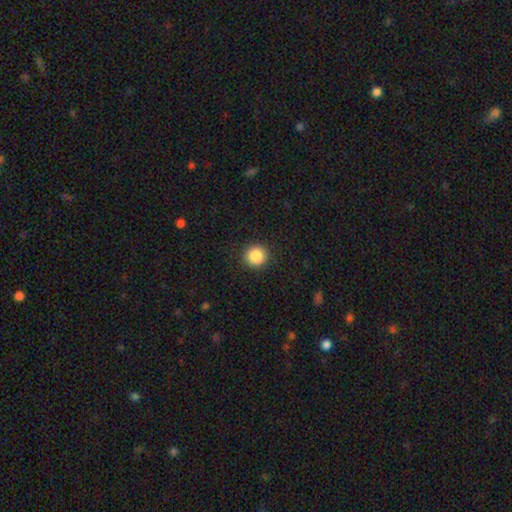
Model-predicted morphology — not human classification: Smooth or featured?
  - smooth: 87% *
  - star or artifact: 9%
  - featured or disk: 4%
How rounded?
  - round: 94% *
  - in between: 5%
  - cigar-shaped: 1%
Merging?
  - none: 92% *
  - minor disturbance: 5%
  - major disturbance: 2%
  - merger: 1%